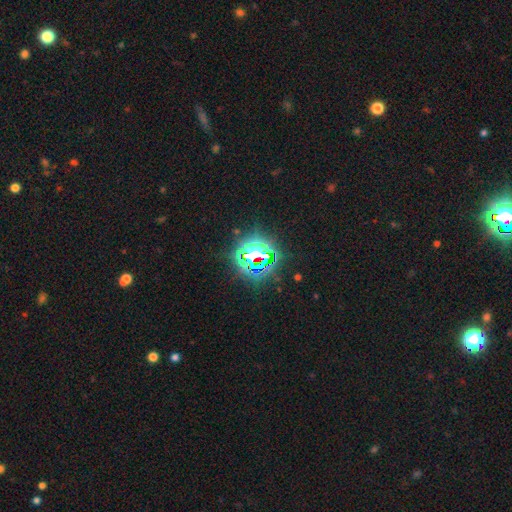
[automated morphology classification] smooth_or_featured: star or artifact (p=0.75) [alt: smooth p=0.15]